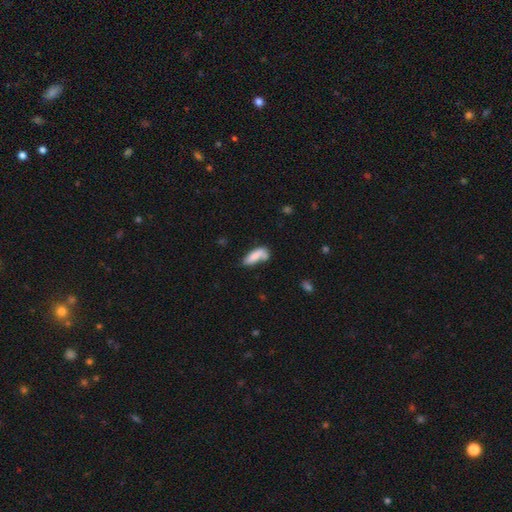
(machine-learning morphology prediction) Smooth or featured? Predicted: smooth (p=0.76). How rounded? Predicted: in between (p=0.59). Merging? Predicted: none (p=0.42).